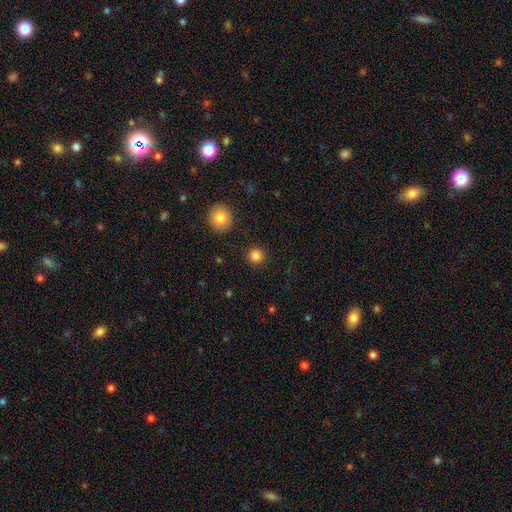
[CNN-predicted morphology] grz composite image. It shows a smooth galaxy with no disk features (85%) that is round (95%). Merging: none (91%).